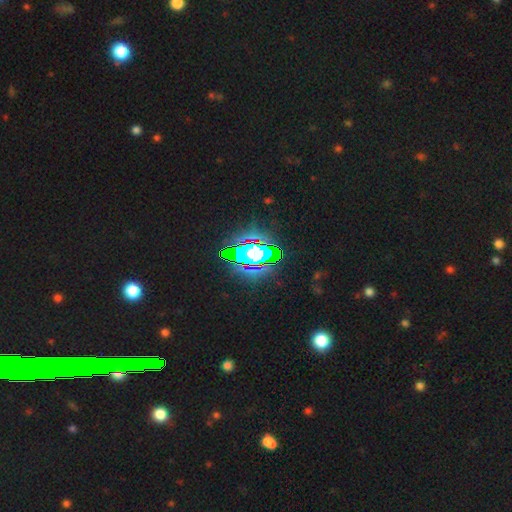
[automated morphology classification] star or artifact 61%, featured or disk 20%, smooth 19%.